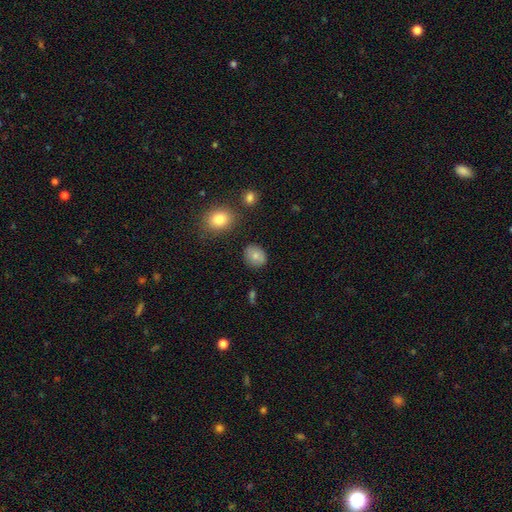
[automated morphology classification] The model was most divided on "how rounded": round: 63%, in between: 36%, cigar-shaped: 1%. More confident: merging — none (83%); smooth or featured — smooth (78%).